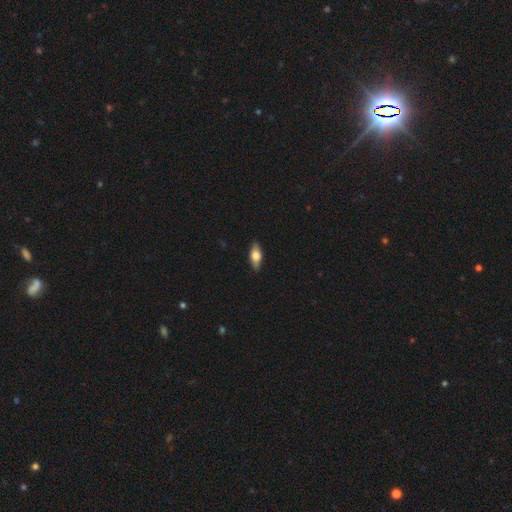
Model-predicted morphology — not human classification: This is likely a smooth galaxy (64%). How rounded: clearly in between (80%). Merging: clearly none (87%).